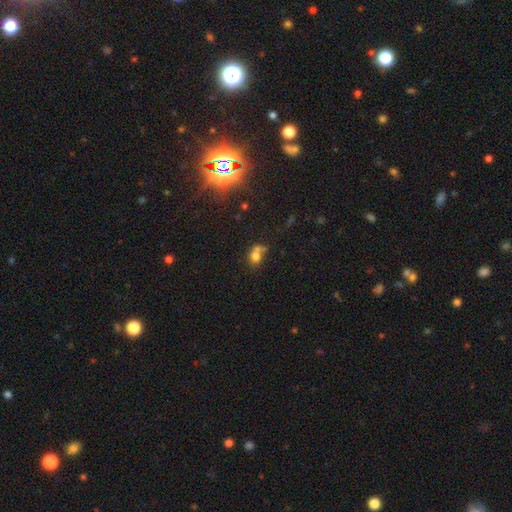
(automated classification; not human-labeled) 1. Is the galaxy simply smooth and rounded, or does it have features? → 72% smooth, 14% star or artifact, 13% featured or disk.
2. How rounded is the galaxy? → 61% round, 37% in between, 1% cigar-shaped.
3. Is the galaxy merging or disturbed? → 44% merger, 34% none, 13% minor disturbance, 8% major disturbance.